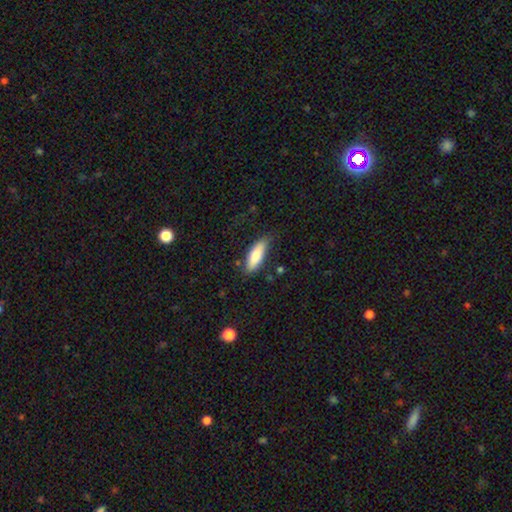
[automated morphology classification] Smooth or featured: smooth — 81% (featured or disk — 13%)
How rounded: in between — 62% (cigar-shaped — 37%)
Merging: none — 75% (minor disturbance — 18%)